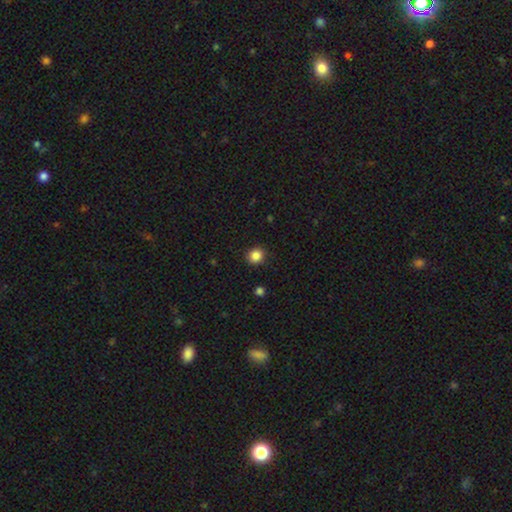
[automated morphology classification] Q: Smooth or featured?
A: smooth (85%); runner-up: star or artifact (11%)
Q: How rounded?
A: round (86%); runner-up: in between (13%)
Q: Merging?
A: none (91%); runner-up: minor disturbance (6%)